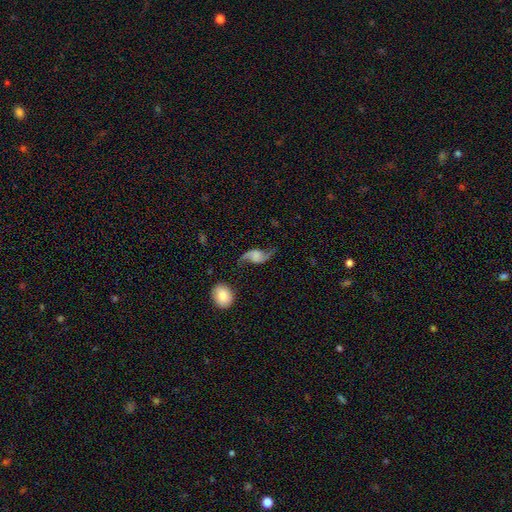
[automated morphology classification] The model was most divided on "bar": no: 56%, weak: 33%, strong: 11%. More confident: edge-on disk — no (97%); spiral arms — yes (96%); spiral arm count — 2 (94%); spiral winding — loose (87%); smooth or featured — featured or disk (83%); merging — none (70%); bulge size — none (54%).